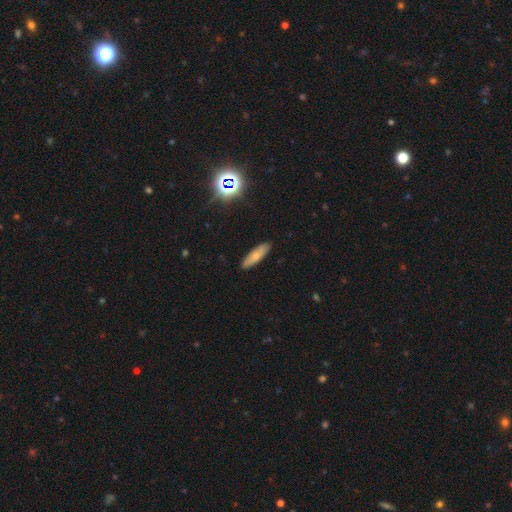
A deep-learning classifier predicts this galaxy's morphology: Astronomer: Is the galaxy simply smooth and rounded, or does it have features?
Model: smooth — 70%.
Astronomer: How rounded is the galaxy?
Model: cigar-shaped — 64%.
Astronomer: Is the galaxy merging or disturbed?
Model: none — 89%.